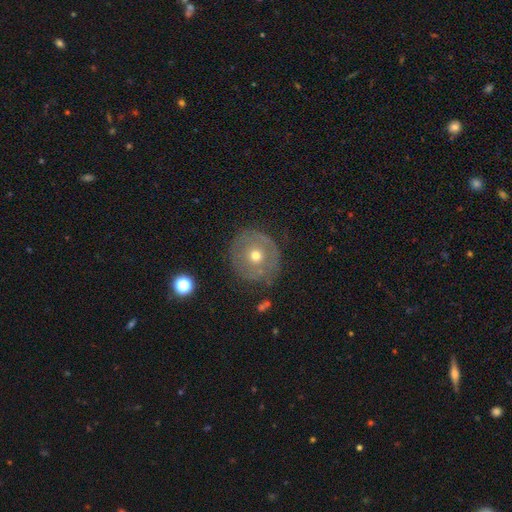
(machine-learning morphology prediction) Smooth or featured: smooth — 48% (featured or disk — 42%)
Merging: none — 77% (minor disturbance — 14%)